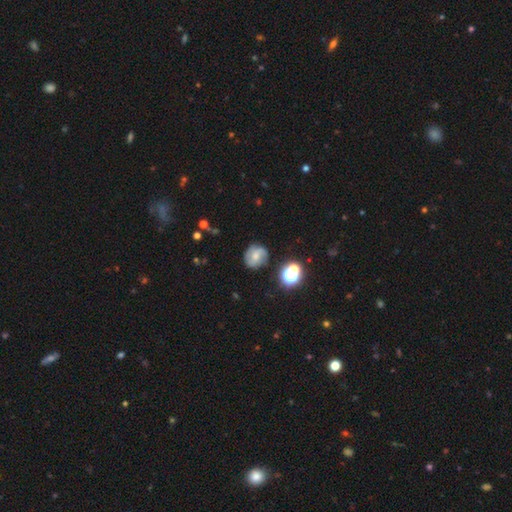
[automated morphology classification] Overall: featured or disk (50%; smooth 38%). Merging: none (74%).